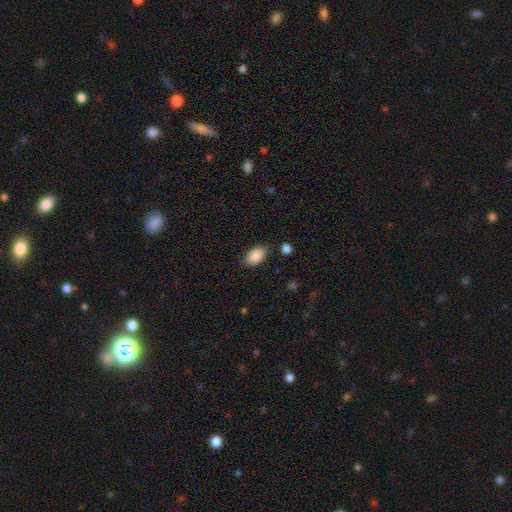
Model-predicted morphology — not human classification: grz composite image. It shows a smooth galaxy with no disk features (89%) that is in between round and cigar-shaped (92%). Merging: none (82%).